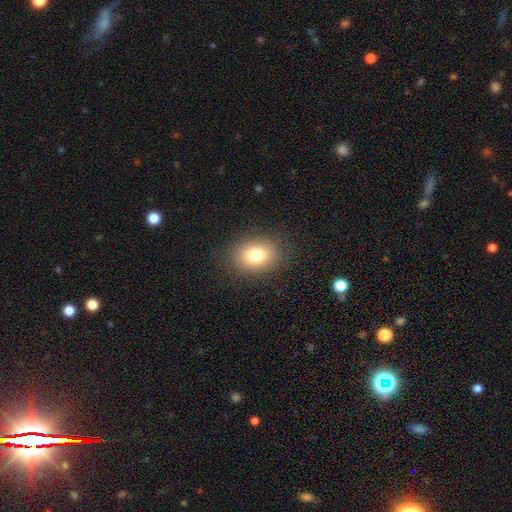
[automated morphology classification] Overall: smooth (78%). How rounded: in between (52%; round 47%). Merging: none (86%).